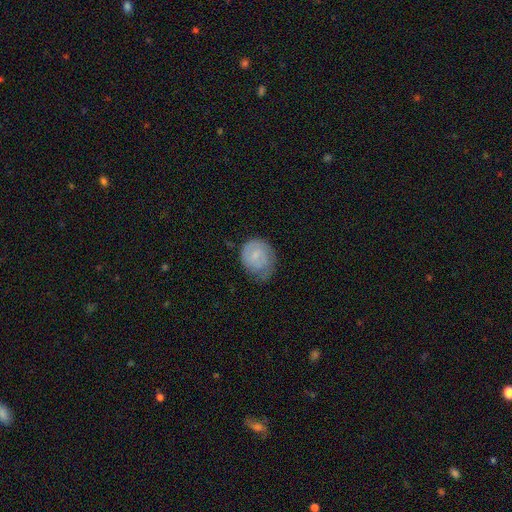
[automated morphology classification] The model was most divided on "smooth or featured": smooth: 51%, featured or disk: 42%, star or artifact: 7%. Remaining: how rounded — round (62%); merging — none (48%).